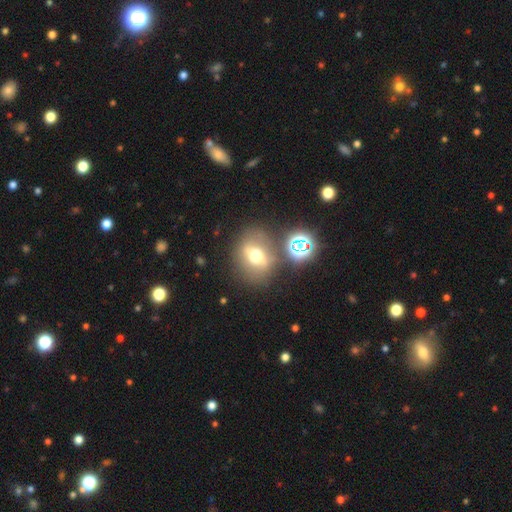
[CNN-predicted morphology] A smooth galaxy with no disk features (45%).

Vote fractions:
- Smooth or featured? smooth: 45% / featured or disk: 38% / star or artifact: 17%
- Merging? none: 71% / minor disturbance: 13% / merger: 10% / major disturbance: 7%